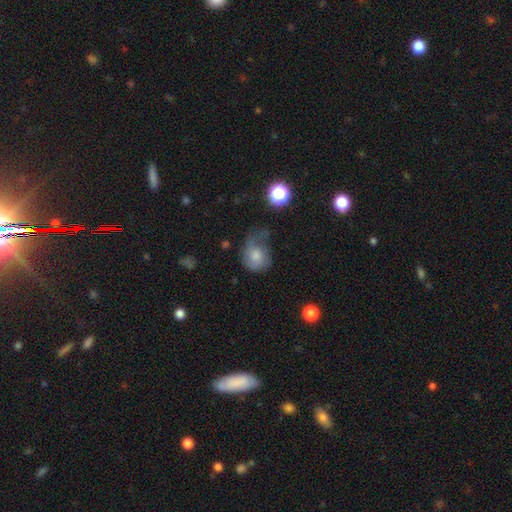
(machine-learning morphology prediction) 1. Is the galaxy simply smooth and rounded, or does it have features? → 68% smooth, 22% featured or disk, 9% star or artifact.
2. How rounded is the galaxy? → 61% round, 38% in between, 1% cigar-shaped.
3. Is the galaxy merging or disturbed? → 37% major disturbance, 32% minor disturbance, 27% none, 4% merger.